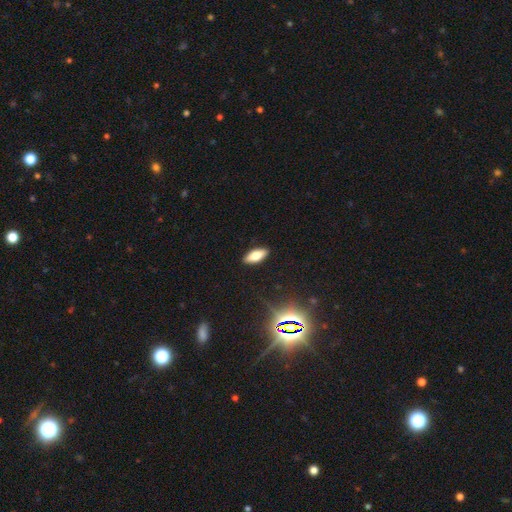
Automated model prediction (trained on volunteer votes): This appears to be a smooth galaxy with no disk features (70%) that is in between round and cigar-shaped (78%). Merging: none (89%).